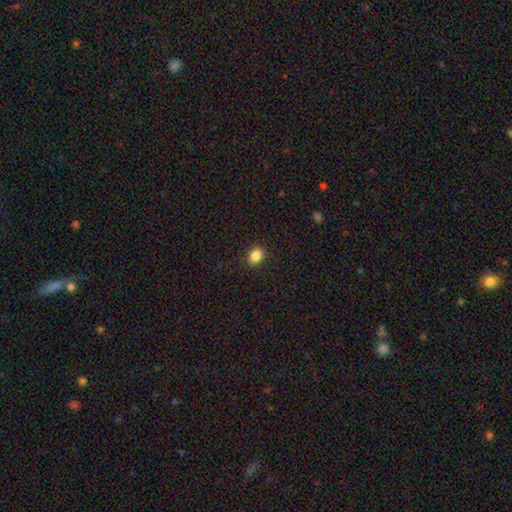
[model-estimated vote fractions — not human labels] Smooth or featured?
  - smooth: 86% *
  - star or artifact: 10%
  - featured or disk: 4%
How rounded?
  - in between: 52% *
  - round: 47%
  - cigar-shaped: 1%
Merging?
  - none: 90% *
  - minor disturbance: 7%
  - major disturbance: 2%
  - merger: 1%